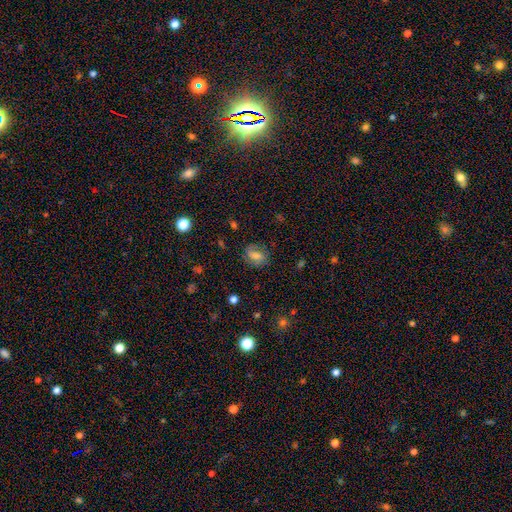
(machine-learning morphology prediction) Smooth or featured? Predicted: smooth (p=0.64). How rounded? Predicted: in between (p=0.66). Merging? Predicted: none (p=0.66).